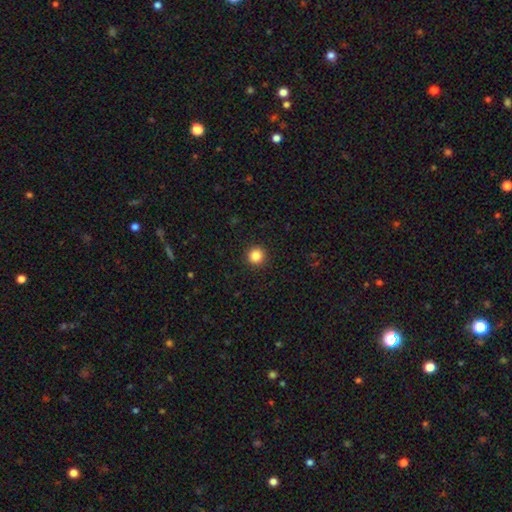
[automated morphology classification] Smooth or featured? Predicted: smooth (p=0.85). How rounded? Predicted: round (p=0.95). Merging? Predicted: none (p=0.93).